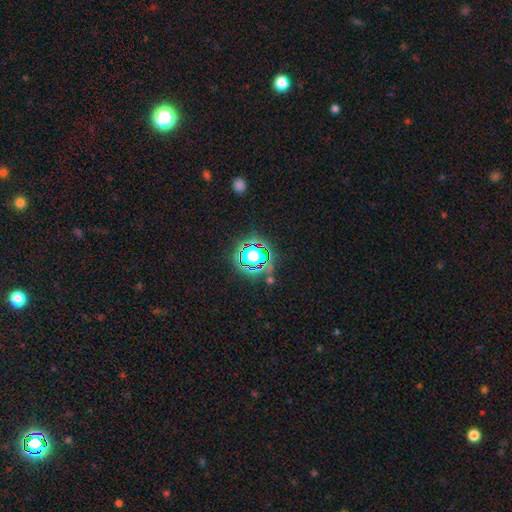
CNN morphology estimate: smooth_or_featured: star or artifact (p=0.60) [alt: smooth p=0.28]